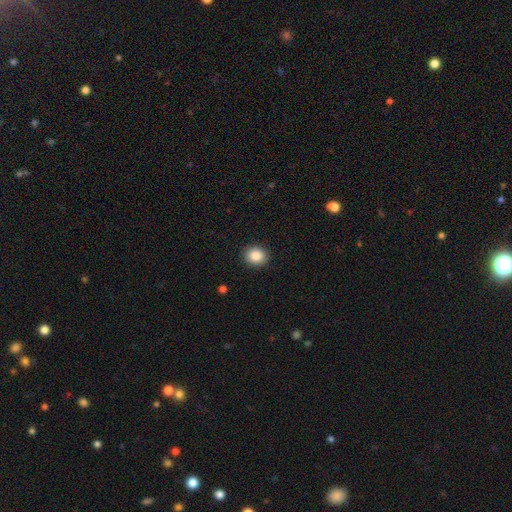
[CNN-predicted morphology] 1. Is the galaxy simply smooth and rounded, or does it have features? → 88% smooth, 9% star or artifact, 4% featured or disk.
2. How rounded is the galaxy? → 71% round, 28% in between, 1% cigar-shaped.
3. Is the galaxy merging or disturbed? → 90% none, 7% minor disturbance, 2% major disturbance, 1% merger.